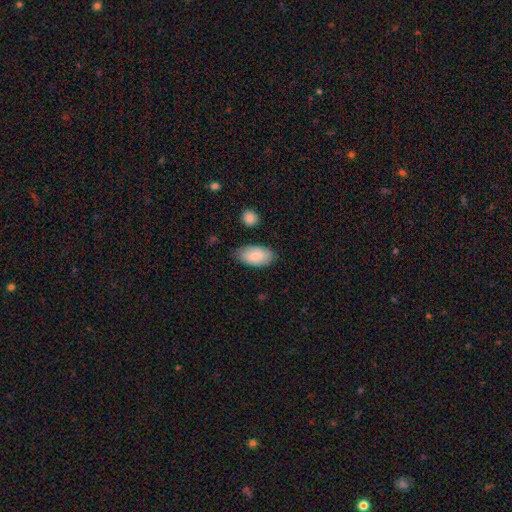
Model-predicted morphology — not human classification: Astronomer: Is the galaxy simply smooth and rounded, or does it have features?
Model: smooth — 85%.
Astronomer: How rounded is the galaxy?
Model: in between — 95%.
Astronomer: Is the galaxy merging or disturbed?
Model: none — 79%.